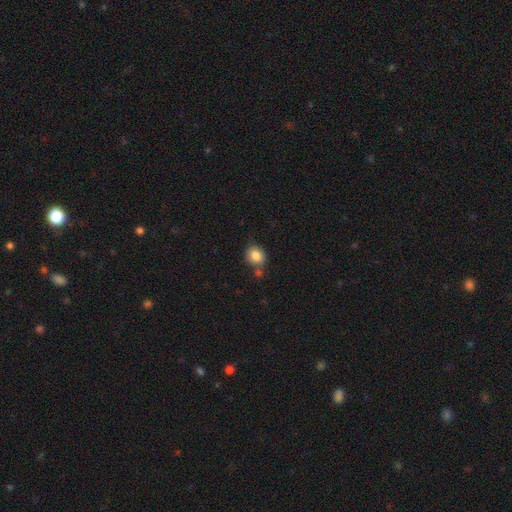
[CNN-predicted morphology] Smooth or featured? Predicted: smooth (p=0.84). How rounded? Predicted: round (p=0.68). Merging? Predicted: none (p=0.65).